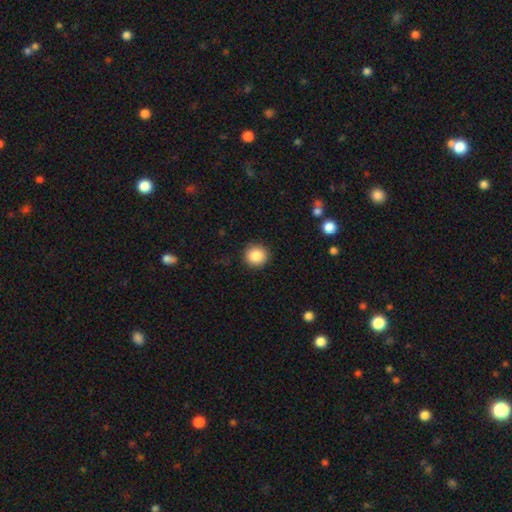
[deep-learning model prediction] This appears to be a smooth galaxy with no disk features (86%) that is round (93%). Merging: none (90%).